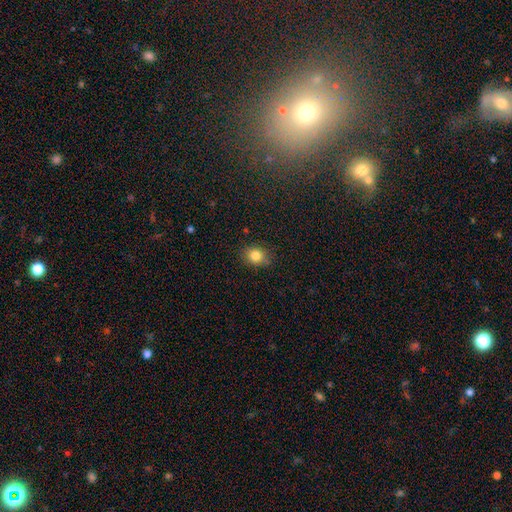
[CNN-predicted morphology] smooth 83%, star or artifact 11%, featured or disk 6%. Down the decision tree: how rounded — round (61%); merging — none (84%).